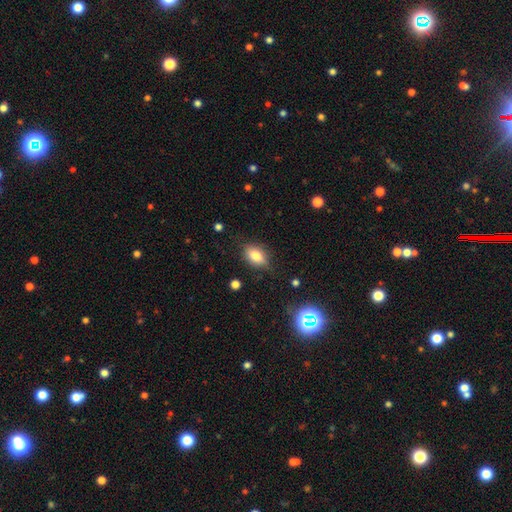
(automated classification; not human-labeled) Smooth or featured? smooth (77%)
How rounded? in between (80%)
Merging? none (76%)